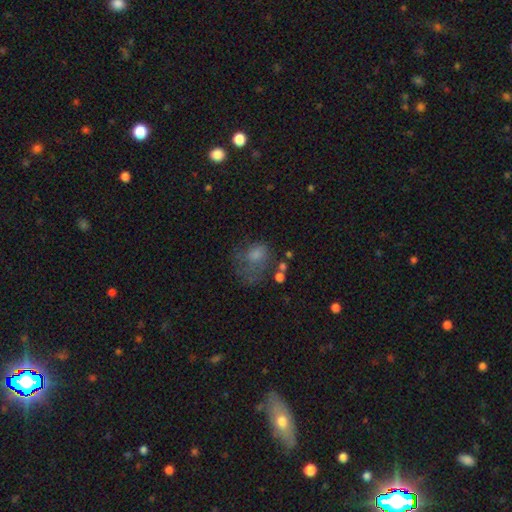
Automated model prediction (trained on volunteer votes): This is likely a smooth galaxy (63%). How rounded: possibly in between (57%). Merging: possibly major disturbance (46%).